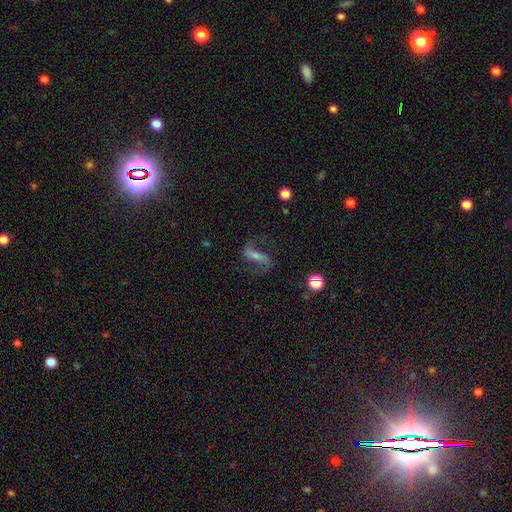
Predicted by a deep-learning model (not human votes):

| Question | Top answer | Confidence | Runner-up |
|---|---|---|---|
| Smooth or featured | featured or disk | 81% | smooth (10%) |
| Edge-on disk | no | 93% | yes (7%) |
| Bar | strong | 52% | weak (32%) |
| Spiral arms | yes | 95% | no (5%) |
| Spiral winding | loose | 59% | medium (34%) |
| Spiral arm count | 2 | 92% | can't tell (3%) |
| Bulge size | small | 49% | moderate (35%) |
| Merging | none | 74% | minor disturbance (13%) |